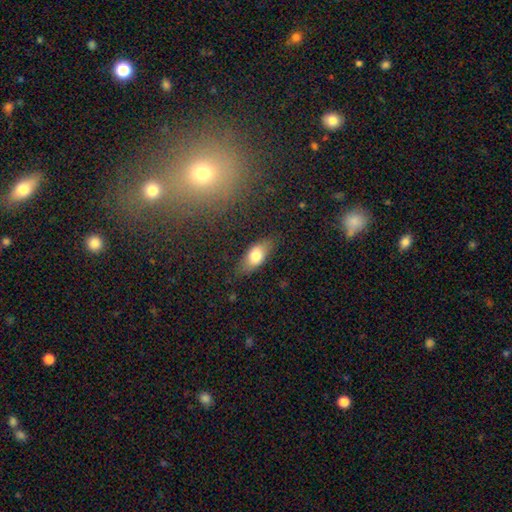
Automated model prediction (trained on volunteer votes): Morphology: type=smooth (75%); roundness=in between (82%); merging=none (80%).